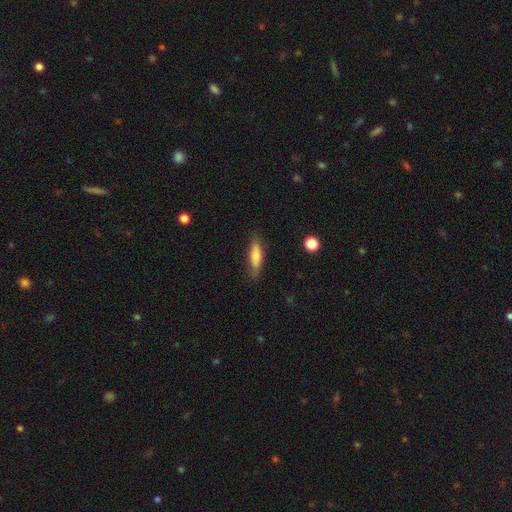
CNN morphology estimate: smooth 72%, featured or disk 21%, star or artifact 7%. Down the decision tree: how rounded — cigar-shaped (60%); merging — none (80%).